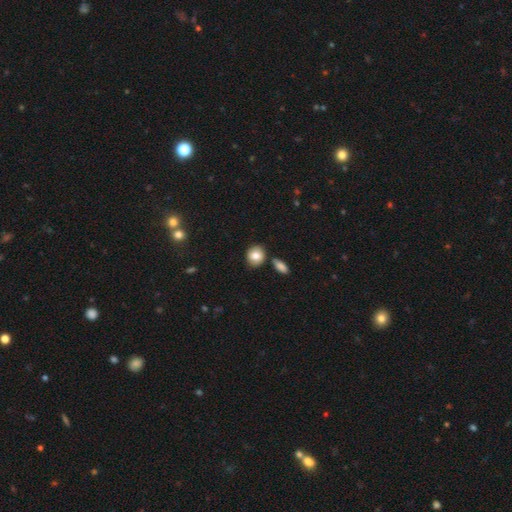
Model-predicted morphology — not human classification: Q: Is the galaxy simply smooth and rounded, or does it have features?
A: smooth — 81%.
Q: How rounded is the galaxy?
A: round — 71%.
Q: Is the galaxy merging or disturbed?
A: none — 79%.